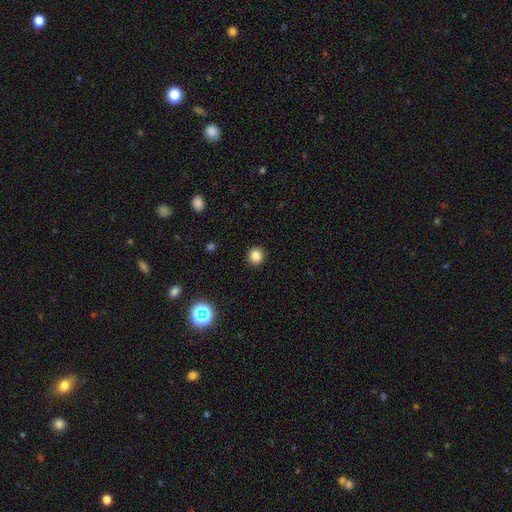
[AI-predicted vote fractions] Smooth or featured: smooth — 84% (star or artifact — 12%)
How rounded: round — 87% (in between — 12%)
Merging: none — 92% (minor disturbance — 5%)